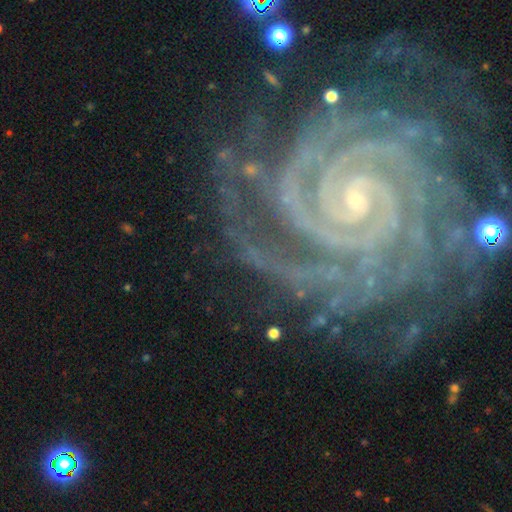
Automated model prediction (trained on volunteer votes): Smooth or featured? featured or disk (92%)
Edge-on disk? no (98%)
Bar? no (55%)
Spiral arms? yes (99%)
Spiral winding? tight (85%)
Spiral arm count? 2 (34%)
Bulge size? small (83%)
Merging? none (70%)